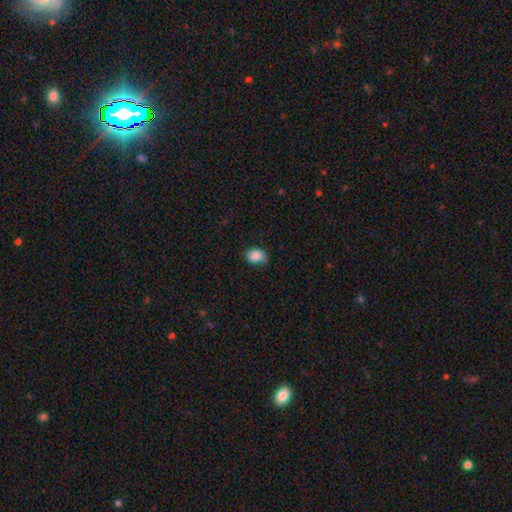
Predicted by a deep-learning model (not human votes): Smooth or featured? Predicted: smooth (p=0.88). How rounded? Predicted: in between (p=0.68). Merging? Predicted: none (p=0.76).